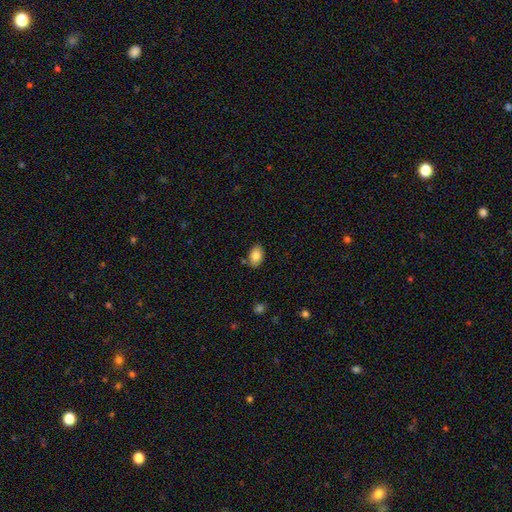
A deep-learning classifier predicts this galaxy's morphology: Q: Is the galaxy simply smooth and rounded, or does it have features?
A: smooth — 84%.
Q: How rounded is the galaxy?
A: in between — 89%.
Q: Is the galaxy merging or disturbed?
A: none — 83%.